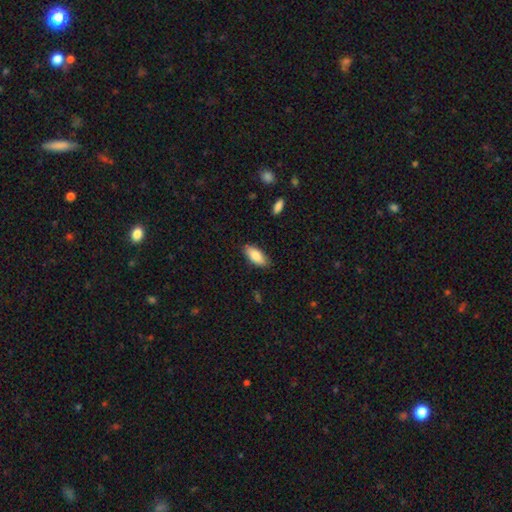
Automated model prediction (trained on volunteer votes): smooth_or_featured: smooth (p=0.85) [alt: featured or disk p=0.08]
how_rounded: in between (p=0.87) [alt: cigar-shaped p=0.11]
merging: none (p=0.84) [alt: minor disturbance p=0.12]